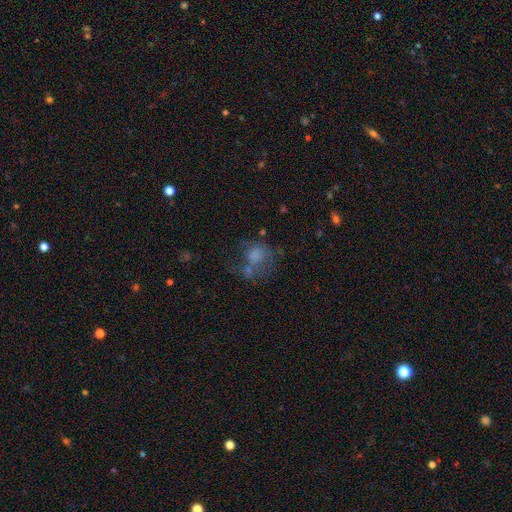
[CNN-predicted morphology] smooth 61%, featured or disk 25%, star or artifact 14%. Down the decision tree: how rounded — round (61%); merging — merger (28%, tied with major disturbance).